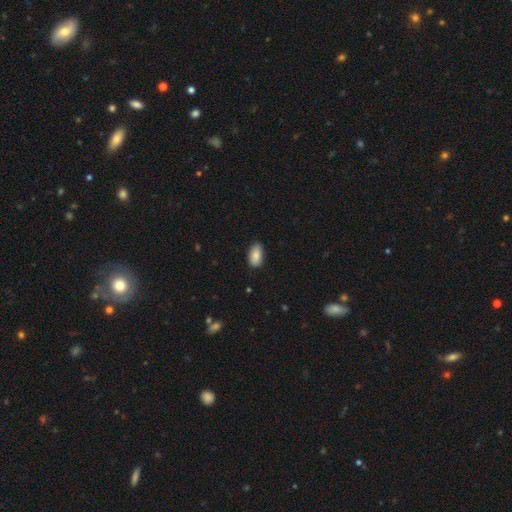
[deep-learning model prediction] This is clearly a smooth galaxy (86%). How rounded: clearly in between (94%). Merging: clearly none (82%).